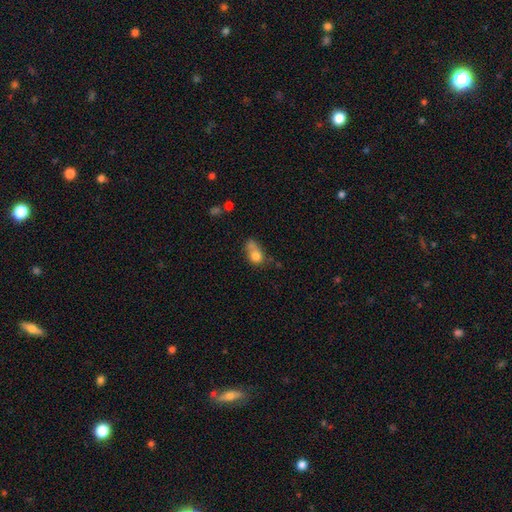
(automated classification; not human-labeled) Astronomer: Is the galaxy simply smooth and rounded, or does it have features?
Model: smooth — 75%.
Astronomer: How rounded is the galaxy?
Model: round — 53% (runner-up: in between, 45%).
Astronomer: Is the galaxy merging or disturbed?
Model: merger — 33% (runner-up: none, 31%).